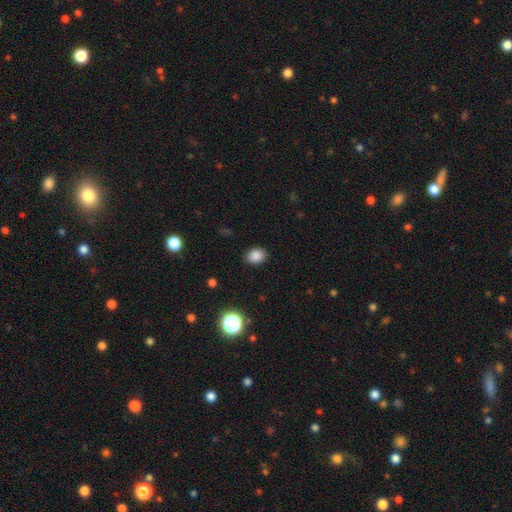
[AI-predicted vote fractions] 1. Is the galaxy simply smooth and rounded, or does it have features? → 85% smooth, 11% star or artifact, 4% featured or disk.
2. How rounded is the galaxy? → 55% in between, 44% round, 1% cigar-shaped.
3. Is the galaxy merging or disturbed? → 87% none, 9% minor disturbance, 3% major disturbance, 1% merger.